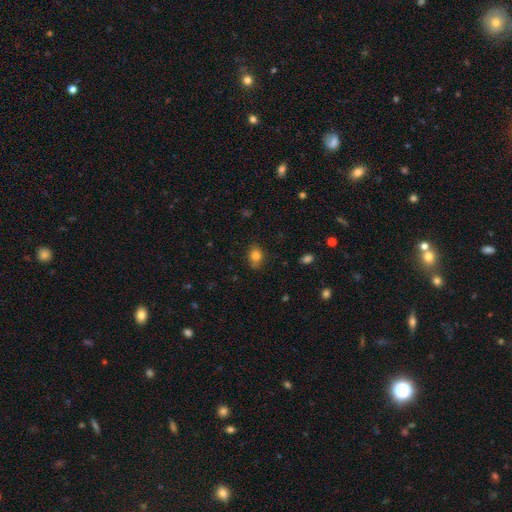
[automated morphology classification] Overall: smooth (82%). How rounded: in between (54%; round 45%). Merging: none (72%).